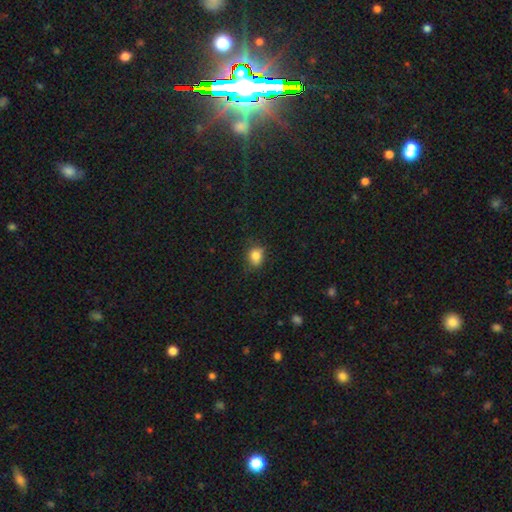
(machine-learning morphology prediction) smooth 84%, star or artifact 10%, featured or disk 6%. Down the decision tree: how rounded — in between (55%); merging — none (73%).